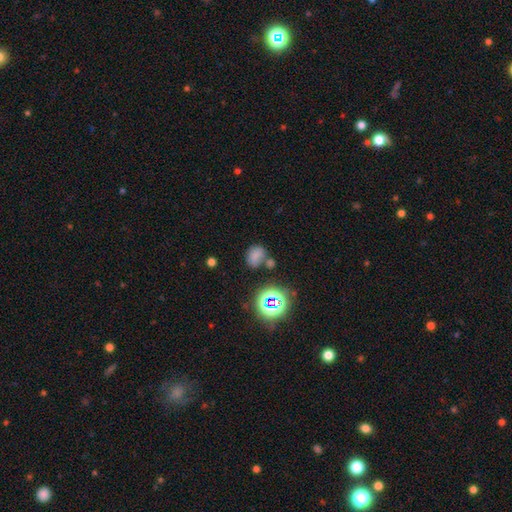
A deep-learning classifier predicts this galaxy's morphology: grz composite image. It shows a smooth galaxy with no disk features (65%) that is in between round and cigar-shaped (62%). Merging: none (52%).